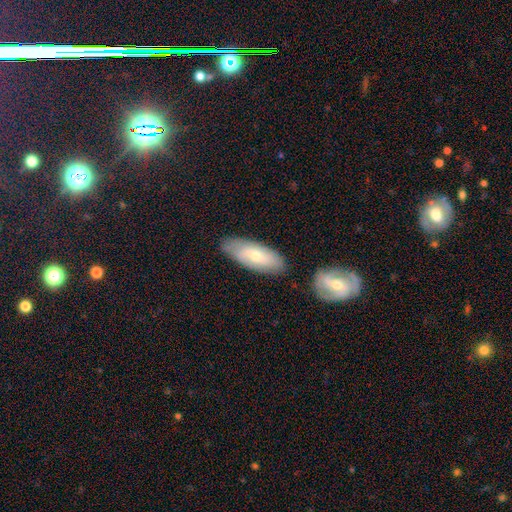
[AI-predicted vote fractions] Morphology: type=smooth (58%); roundness=in between (77%); merging=none (77%).